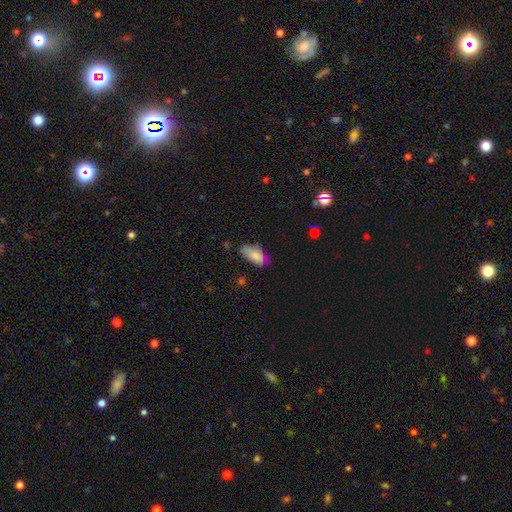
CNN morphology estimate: Smooth or featured: smooth — 79% (featured or disk — 14%)
How rounded: in between — 91% (cigar-shaped — 7%)
Merging: none — 63% (minor disturbance — 29%)